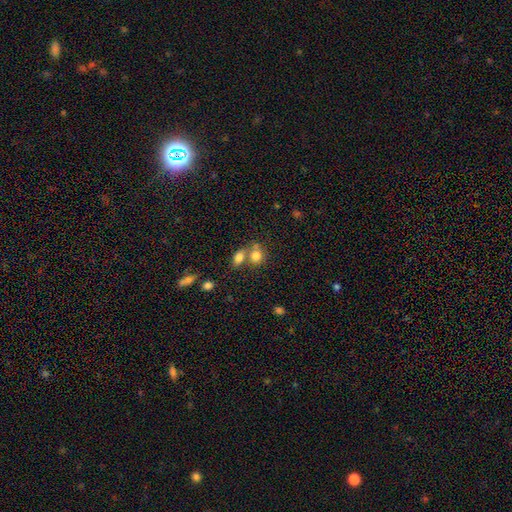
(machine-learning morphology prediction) Smooth or featured?
  - smooth: 79% *
  - star or artifact: 11%
  - featured or disk: 10%
How rounded?
  - round: 57% *
  - in between: 42%
  - cigar-shaped: 2%
Merging?
  - merger: 50% *
  - none: 36%
  - minor disturbance: 9%
  - major disturbance: 4%